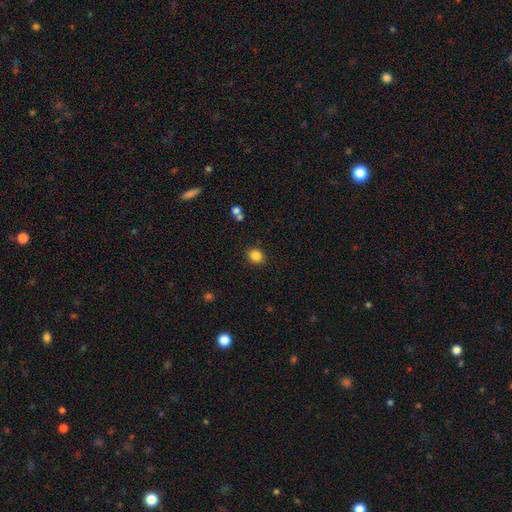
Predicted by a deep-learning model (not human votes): smooth 85%, star or artifact 10%, featured or disk 4%. Down the decision tree: how rounded — round (73%); merging — none (88%).